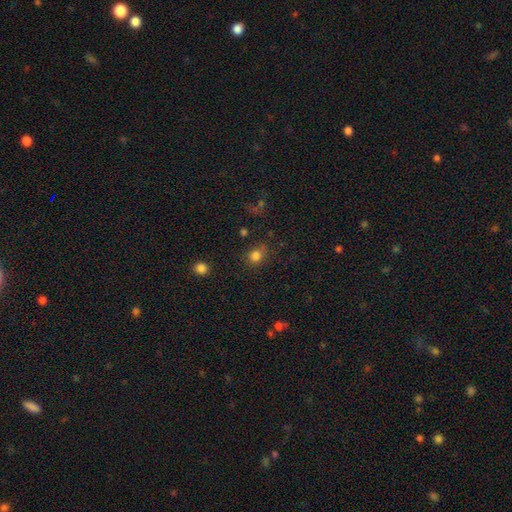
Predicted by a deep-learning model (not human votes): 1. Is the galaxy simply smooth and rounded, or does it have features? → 81% smooth, 14% star or artifact, 5% featured or disk.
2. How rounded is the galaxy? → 77% round, 22% in between, 1% cigar-shaped.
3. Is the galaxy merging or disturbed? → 74% none, 16% minor disturbance, 6% major disturbance, 4% merger.